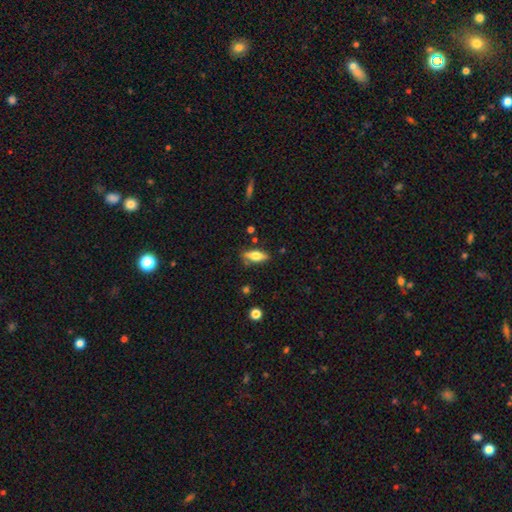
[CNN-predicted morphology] This is possibly a smooth galaxy (58%). How rounded: likely in between (64%). Merging: likely none (80%).